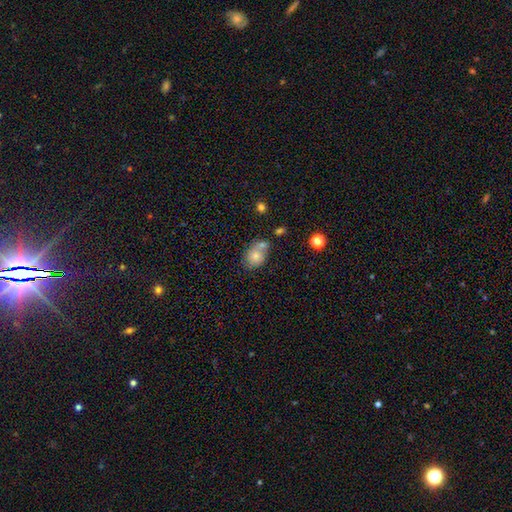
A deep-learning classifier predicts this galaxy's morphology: This appears to be a smooth galaxy with no disk features (75%) that is in between round and cigar-shaped (52%). Merging: merger (39%, tied with none).